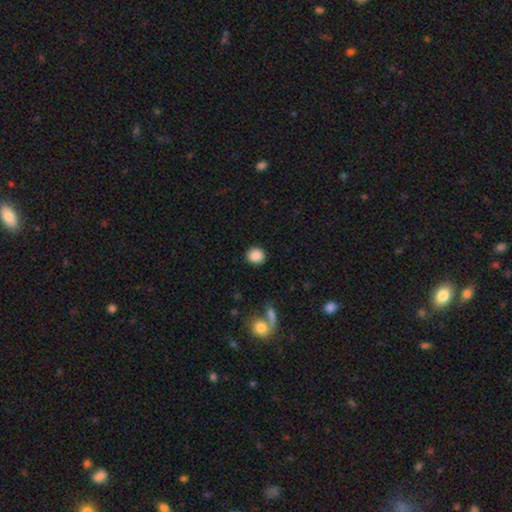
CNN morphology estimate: Overall: smooth (87%). How rounded: round (87%). Merging: none (88%).